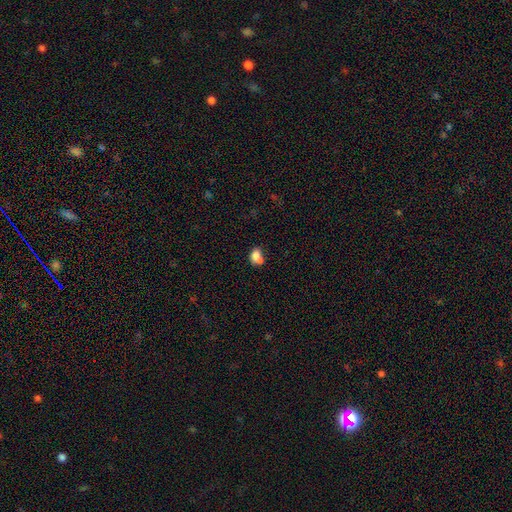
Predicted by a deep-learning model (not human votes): A smooth galaxy with no disk features (75%) that is in between round and cigar-shaped (66%). Merging: merger (43%).